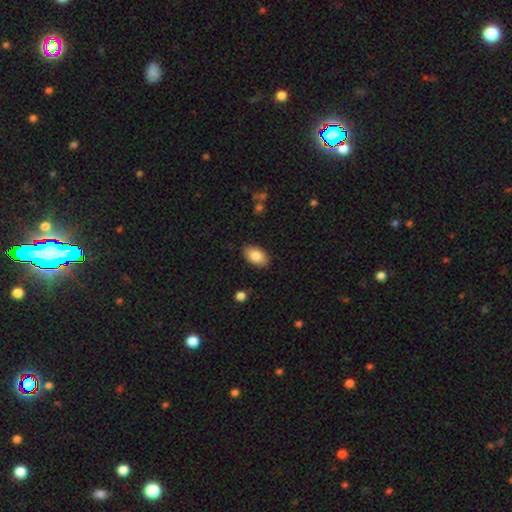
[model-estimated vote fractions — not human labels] Smooth or featured? Predicted: smooth (p=0.84). How rounded? Predicted: in between (p=0.92). Merging? Predicted: none (p=0.87).